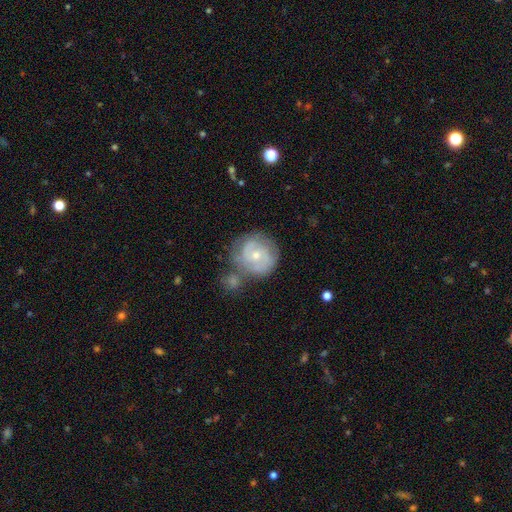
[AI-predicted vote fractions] The model was most divided on "bulge size": small: 53%, moderate: 43%, large: 2%, none: 1%, dominant: 1%. Remaining: edge-on disk — no (98%); spiral arms — yes (86%); bar — no (72%); smooth or featured — featured or disk (70%); spiral winding — tight (59%); merging — none (55%); spiral arm count — 2 (45%).